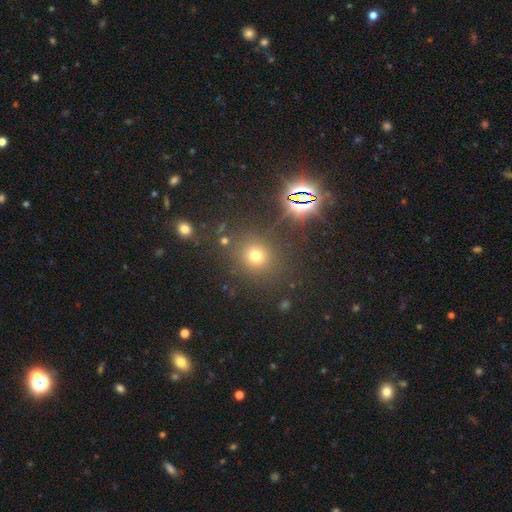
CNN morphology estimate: A smooth galaxy with no disk features (64%) that is round (83%). Merging: none (82%).